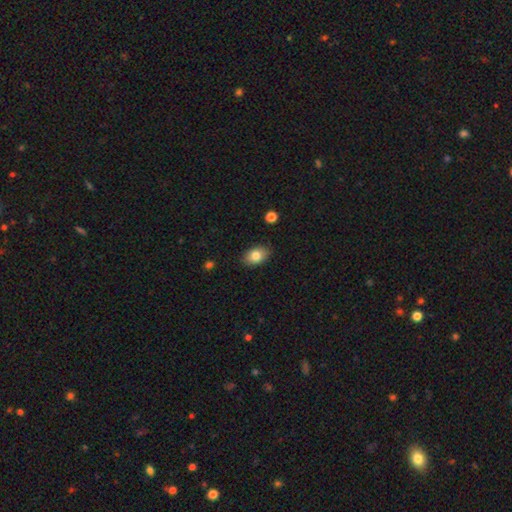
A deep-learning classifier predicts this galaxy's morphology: smooth_or_featured: smooth (p=0.82) [alt: featured or disk p=0.11]
how_rounded: in between (p=0.88) [alt: round p=0.11]
merging: none (p=0.87) [alt: minor disturbance p=0.09]